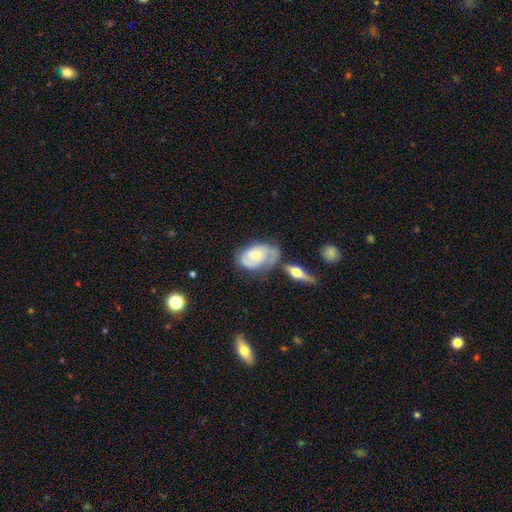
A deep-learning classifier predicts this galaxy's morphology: Q: Smooth or featured?
A: featured or disk (64%); runner-up: smooth (30%)
Q: Edge-on disk?
A: no (92%); runner-up: yes (8%)
Q: Bar?
A: no (79%); runner-up: weak (18%)
Q: Spiral arms?
A: yes (78%); runner-up: no (22%)
Q: Bulge size?
A: moderate (51%); runner-up: small (43%)
Q: Merging?
A: none (40%); runner-up: merger (26%)